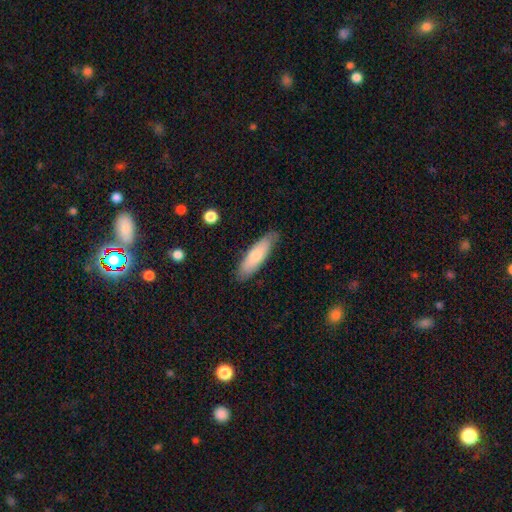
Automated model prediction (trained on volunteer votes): This is likely a smooth galaxy (76%). How rounded: possibly cigar-shaped (56%). Merging: clearly none (80%).